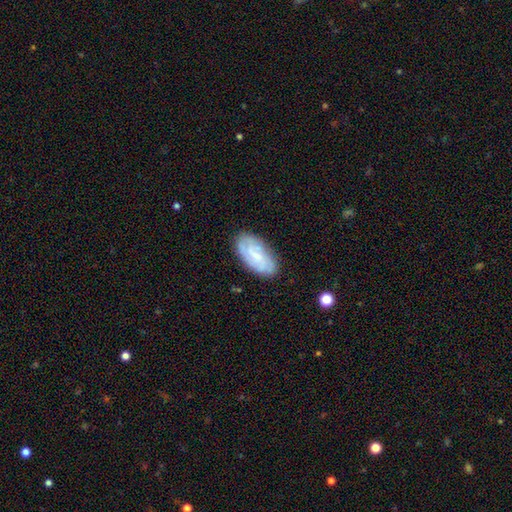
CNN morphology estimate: type=featured or disk (56%); edge-on=no (94%); bar=no (56%); spiral arms=yes (86%); bulge=small (63%); merging=none (80%).